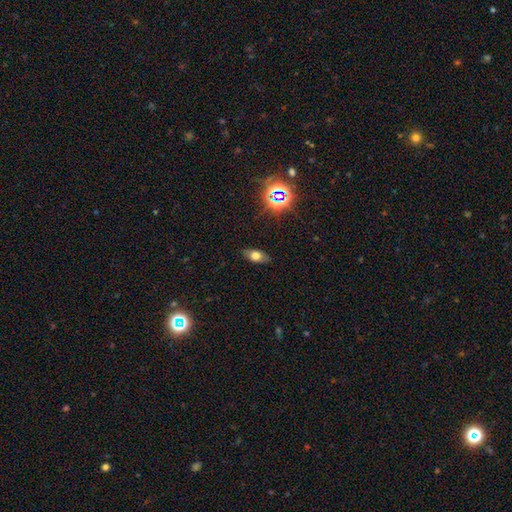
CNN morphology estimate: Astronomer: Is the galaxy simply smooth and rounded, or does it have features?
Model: smooth — 63%.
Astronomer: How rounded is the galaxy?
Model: in between — 83%.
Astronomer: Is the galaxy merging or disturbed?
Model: none — 84%.